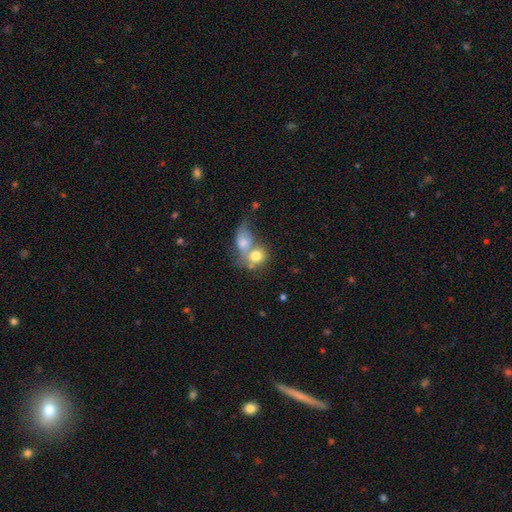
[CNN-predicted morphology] A smooth galaxy with no disk features (72%) that is round (58%).

Vote fractions:
- Smooth or featured? smooth: 72% / featured or disk: 19% / star or artifact: 9%
- How rounded? round: 58% / in between: 40% / cigar-shaped: 2%
- Merging? merger: 67% / none: 18% / minor disturbance: 7% / major disturbance: 7%